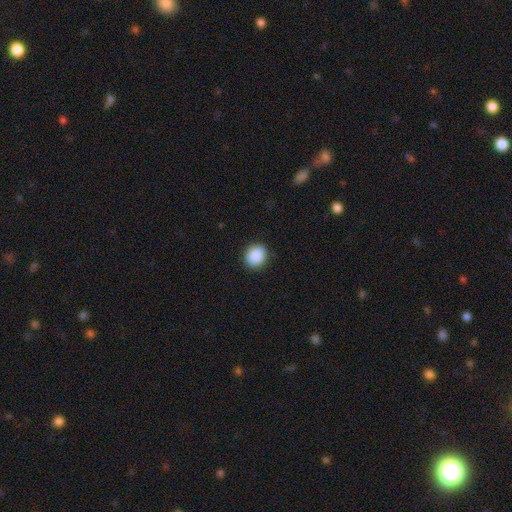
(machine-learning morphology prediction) Smooth or featured: smooth — 89% (star or artifact — 8%)
How rounded: round — 76% (in between — 23%)
Merging: none — 90% (minor disturbance — 7%)